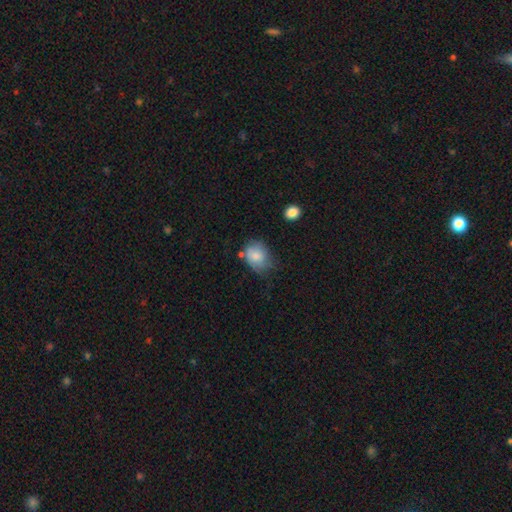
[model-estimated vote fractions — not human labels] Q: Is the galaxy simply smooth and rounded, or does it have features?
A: smooth — 77%.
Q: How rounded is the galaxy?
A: in between — 53%.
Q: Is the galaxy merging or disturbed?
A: none — 47%.